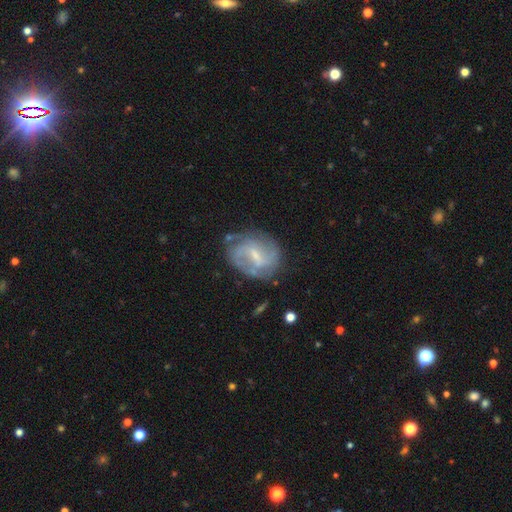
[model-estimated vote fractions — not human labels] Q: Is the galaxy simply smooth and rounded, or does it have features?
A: featured or disk — 77%.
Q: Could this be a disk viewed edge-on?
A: no — 97%.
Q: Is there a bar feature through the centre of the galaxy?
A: weak — 57%.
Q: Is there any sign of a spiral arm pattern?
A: yes — 86%.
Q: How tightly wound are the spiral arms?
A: medium — 44%.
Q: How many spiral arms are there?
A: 2 — 57%.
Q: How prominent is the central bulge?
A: small — 58%.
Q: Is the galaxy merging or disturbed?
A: none — 65%.